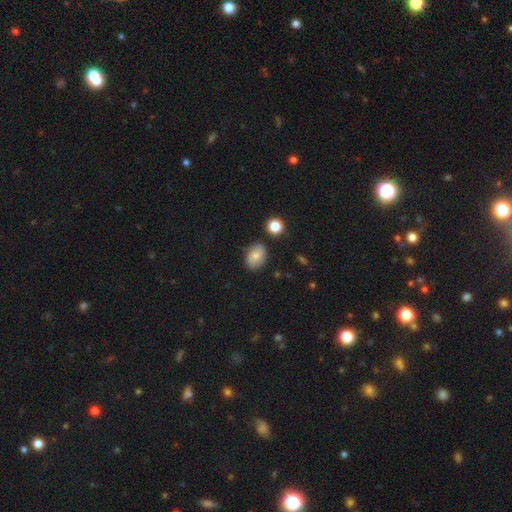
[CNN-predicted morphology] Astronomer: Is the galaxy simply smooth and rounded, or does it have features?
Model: smooth — 79%.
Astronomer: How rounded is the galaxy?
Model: in between — 77%.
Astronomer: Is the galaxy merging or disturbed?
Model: none — 79%.